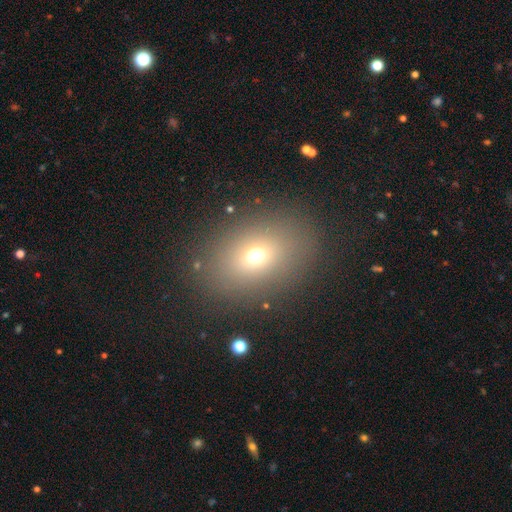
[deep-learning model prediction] Smooth or featured: smooth — 67% (star or artifact — 17%)
How rounded: in between — 66% (round — 33%)
Merging: none — 84% (minor disturbance — 9%)